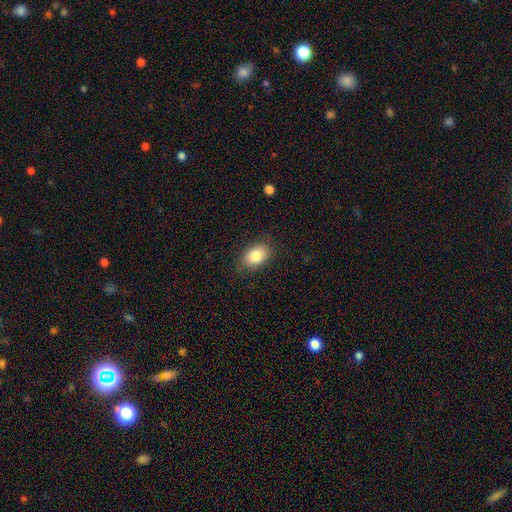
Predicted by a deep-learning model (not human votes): Smooth or featured: smooth — 82% (featured or disk — 10%)
How rounded: in between — 83% (round — 16%)
Merging: none — 82% (minor disturbance — 13%)